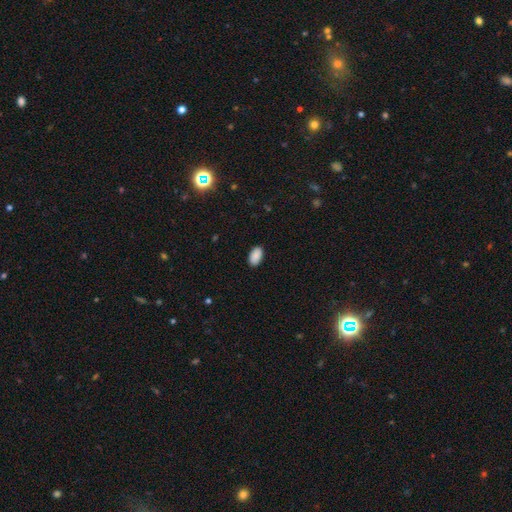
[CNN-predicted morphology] This is clearly a smooth galaxy (90%). How rounded: clearly in between (94%). Merging: clearly none (89%).